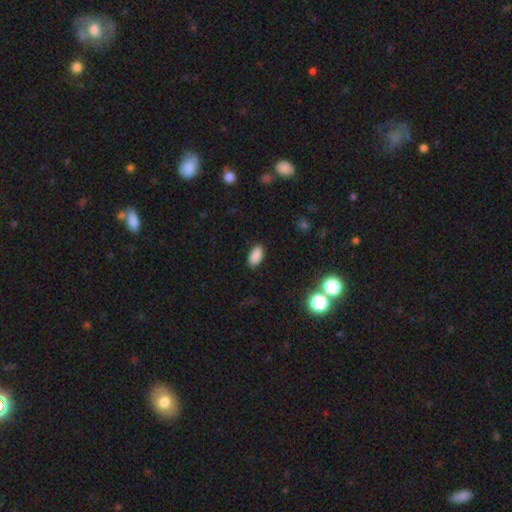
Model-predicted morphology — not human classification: smooth-or-featured: smooth: 87% | star or artifact: 9% | featured or disk: 3%
  how-rounded: in between: 94% | round: 4% | cigar-shaped: 3%
  merging: none: 88% | minor disturbance: 9% | major disturbance: 2% | merger: 1%